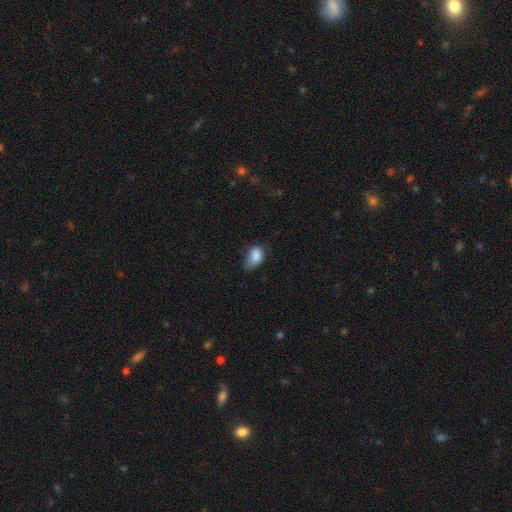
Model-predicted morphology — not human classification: Smooth or featured: smooth — 86% (star or artifact — 8%)
How rounded: in between — 87% (round — 12%)
Merging: minor disturbance — 44% (none — 40%)